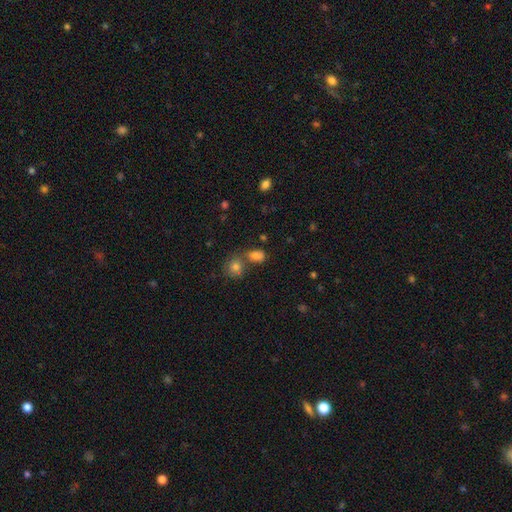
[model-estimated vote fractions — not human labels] Q: Smooth or featured?
A: smooth (79%); runner-up: star or artifact (14%)
Q: How rounded?
A: in between (78%); runner-up: round (19%)
Q: Merging?
A: none (52%); runner-up: merger (31%)